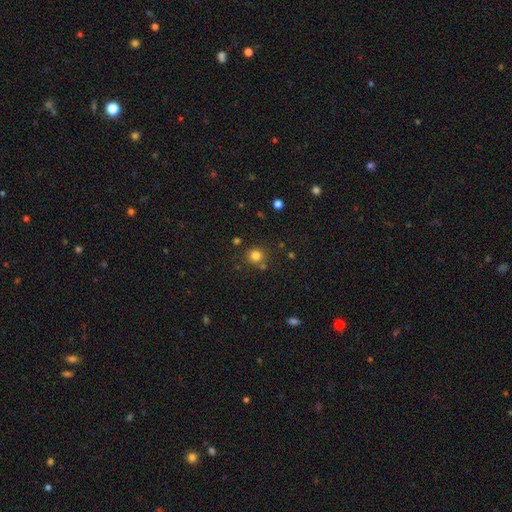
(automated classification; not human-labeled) Q: Smooth or featured?
A: smooth (79%); runner-up: star or artifact (15%)
Q: How rounded?
A: round (91%); runner-up: in between (8%)
Q: Merging?
A: none (77%); runner-up: merger (10%)